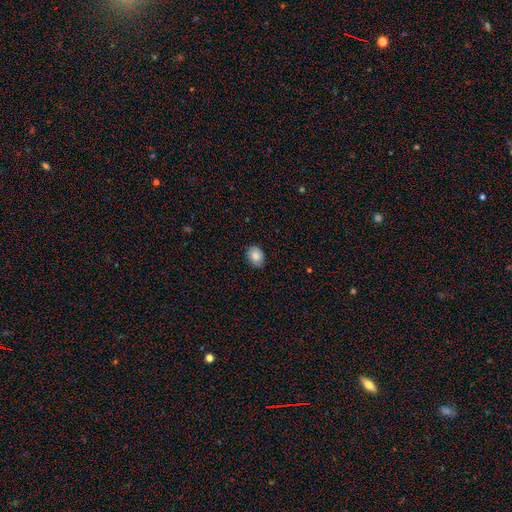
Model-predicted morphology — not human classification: type=smooth (82%); roundness=in between (65%); merging=none (84%).